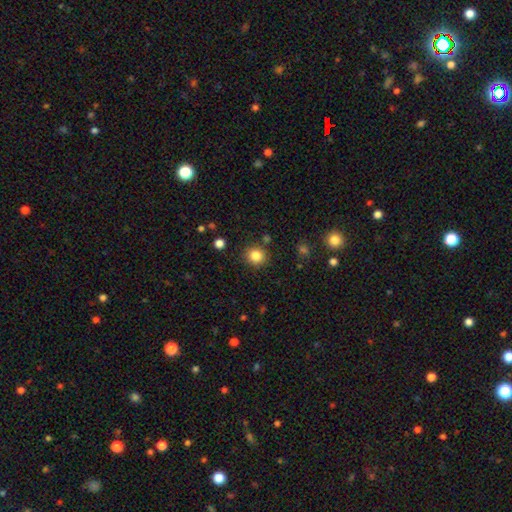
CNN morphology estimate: smooth 84%, star or artifact 11%, featured or disk 5%. Down the decision tree: how rounded — round (83%); merging — none (86%).